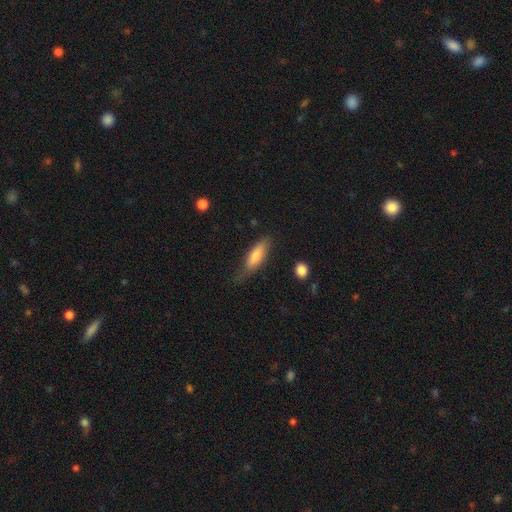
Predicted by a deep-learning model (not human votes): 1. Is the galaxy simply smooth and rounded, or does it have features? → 74% smooth, 20% featured or disk, 6% star or artifact.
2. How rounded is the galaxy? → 54% in between, 44% cigar-shaped, 2% round.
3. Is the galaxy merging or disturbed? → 56% none, 31% minor disturbance, 11% major disturbance, 2% merger.